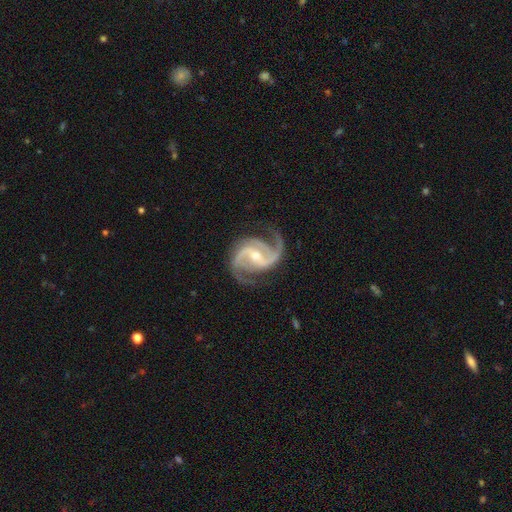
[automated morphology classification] Smooth or featured? Predicted: featured or disk (p=0.94). Edge-on disk? Predicted: no (p=0.98). Bar? Predicted: weak (p=0.42). Spiral arms? Predicted: yes (p=0.99). Spiral winding? Predicted: medium (p=0.64). Spiral arm count? Predicted: 2 (p=0.75). Bulge size? Predicted: small (p=0.49). Merging? Predicted: none (p=0.77).